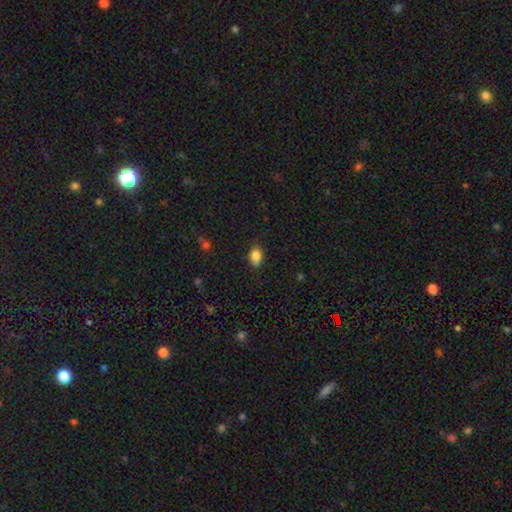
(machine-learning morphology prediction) The model was most divided on "how rounded": in between: 78%, round: 20%, cigar-shaped: 2%. More confident: smooth or featured — smooth (84%); merging — none (80%).